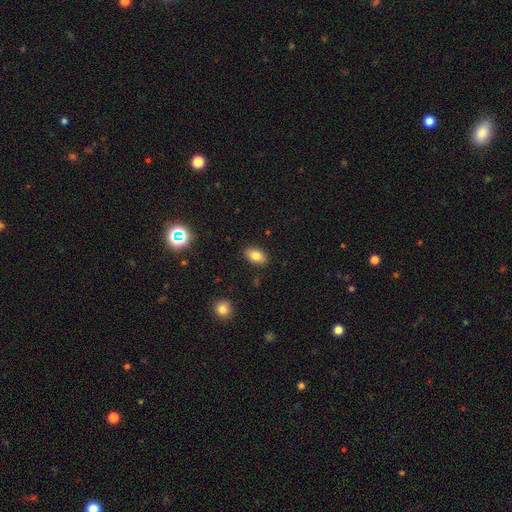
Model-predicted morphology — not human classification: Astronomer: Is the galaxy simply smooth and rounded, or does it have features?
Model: smooth — 82%.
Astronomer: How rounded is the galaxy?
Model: in between — 90%.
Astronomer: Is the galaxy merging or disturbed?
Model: none — 88%.